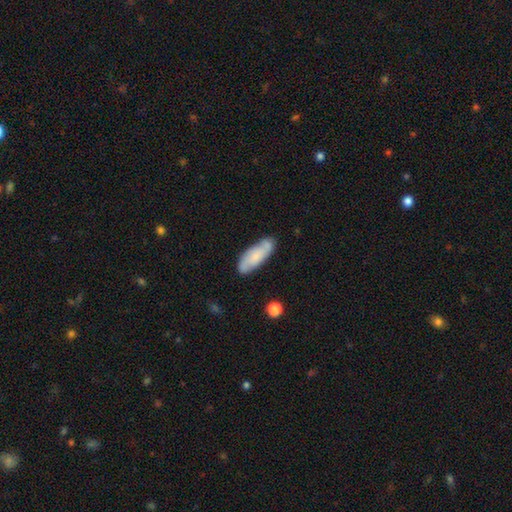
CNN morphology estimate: Smooth or featured: smooth — 57% (featured or disk — 36%)
How rounded: in between — 66% (cigar-shaped — 32%)
Merging: none — 74% (minor disturbance — 18%)